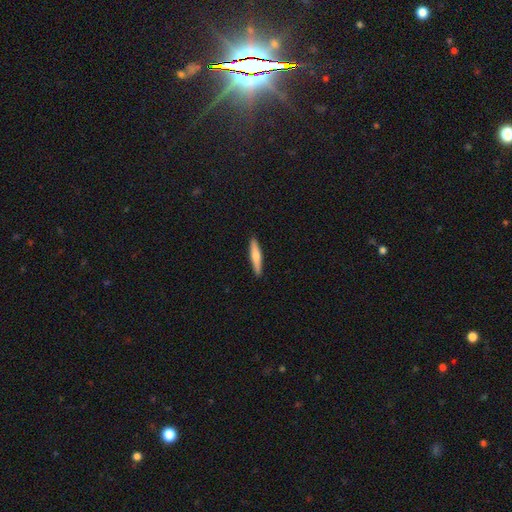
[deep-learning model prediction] Q: Smooth or featured?
A: smooth (65%); runner-up: featured or disk (30%)
Q: How rounded?
A: cigar-shaped (89%); runner-up: in between (10%)
Q: Merging?
A: none (91%); runner-up: minor disturbance (6%)